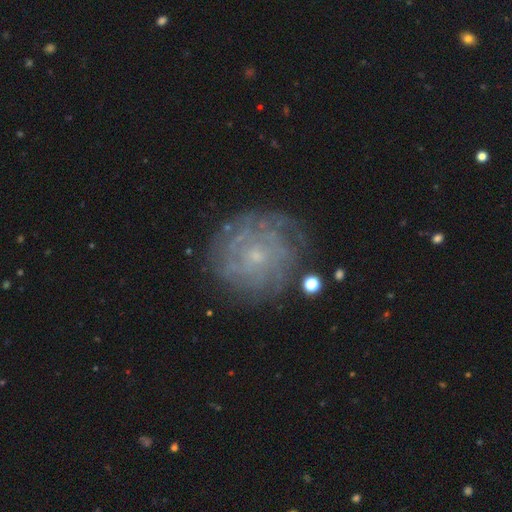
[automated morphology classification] This appears to be a featured or disk galaxy (75%) with no bar (81%), tight (76%) spiral arms (87%) and a small central bulge (83%). Merging: none (78%).